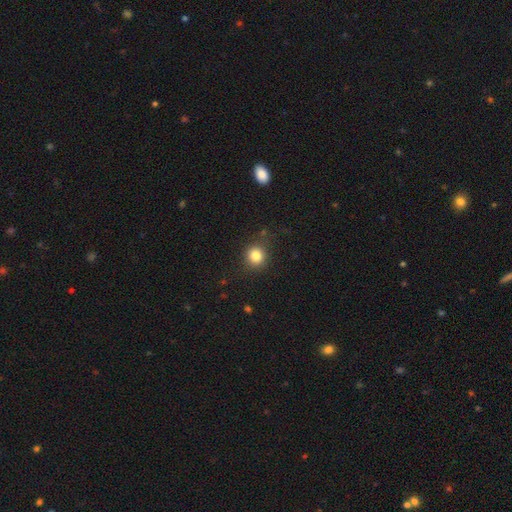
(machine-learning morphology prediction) Q: Smooth or featured?
A: smooth (82%); runner-up: star or artifact (12%)
Q: How rounded?
A: round (89%); runner-up: in between (10%)
Q: Merging?
A: none (86%); runner-up: minor disturbance (9%)